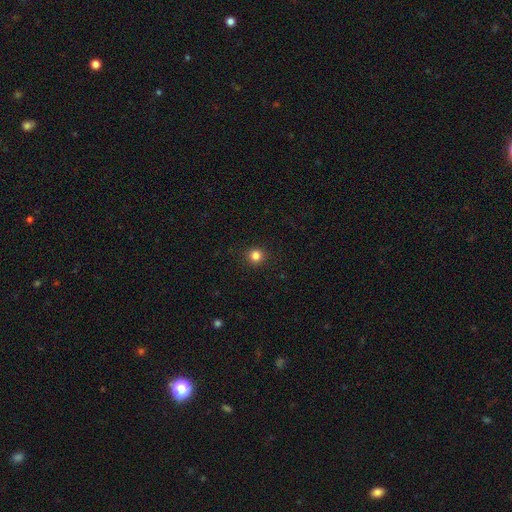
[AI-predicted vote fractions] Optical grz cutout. It shows a smooth galaxy with no disk features (83%) that is round (93%). Merging: none (92%).